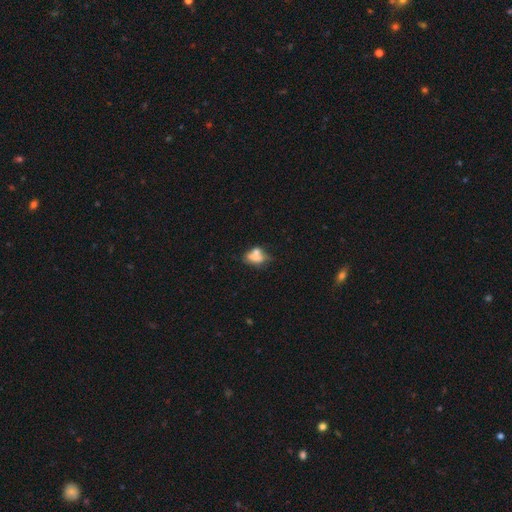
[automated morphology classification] smooth_or_featured: smooth (p=0.59) [alt: featured or disk p=0.30]
how_rounded: in between (p=0.75) [alt: round p=0.19]
merging: merger (p=0.36) [alt: none p=0.34]